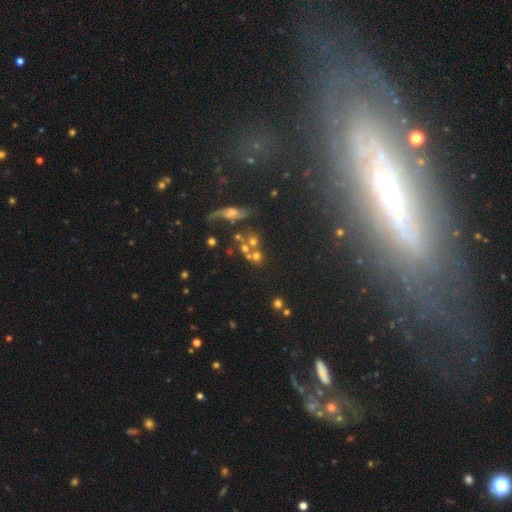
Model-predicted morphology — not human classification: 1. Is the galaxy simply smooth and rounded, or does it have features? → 47% smooth, 31% star or artifact, 21% featured or disk.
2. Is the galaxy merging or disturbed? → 55% none, 26% merger, 11% minor disturbance, 7% major disturbance.